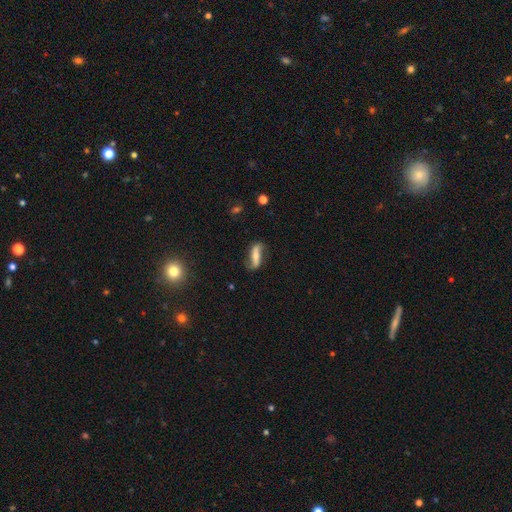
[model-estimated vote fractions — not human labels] Smooth or featured?
  - featured or disk: 57% *
  - smooth: 35%
  - star or artifact: 8%
Edge-on disk?
  - no: 78% *
  - yes: 22%
Merging?
  - none: 66% *
  - minor disturbance: 22%
  - major disturbance: 9%
  - merger: 3%